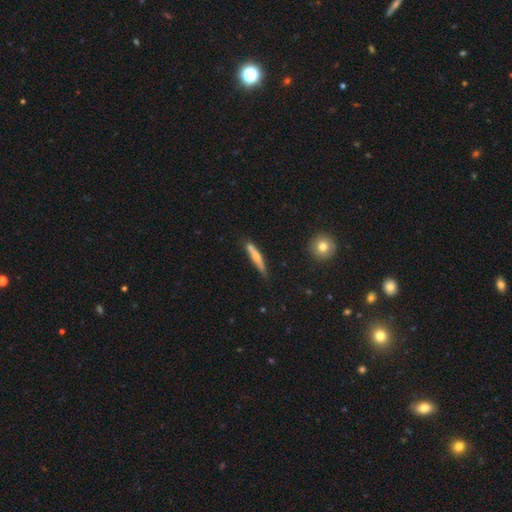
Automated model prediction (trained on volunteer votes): Smooth or featured? Predicted: smooth (p=0.62). How rounded? Predicted: cigar-shaped (p=0.92). Merging? Predicted: none (p=0.70).